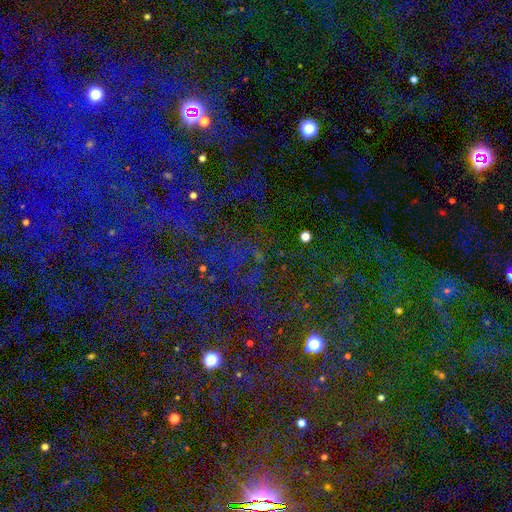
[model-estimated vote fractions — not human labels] smooth_or_featured: star or artifact (p=0.76) [alt: smooth p=0.15]